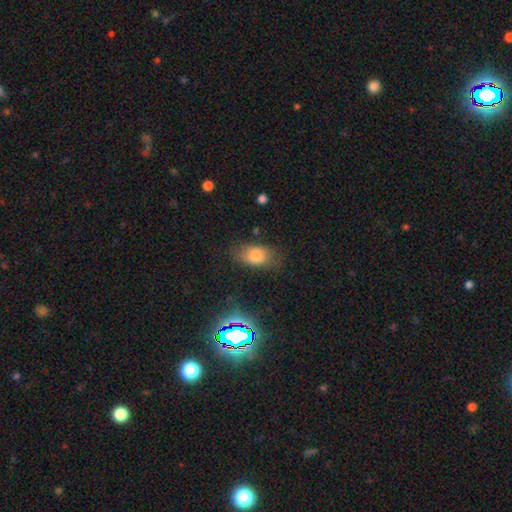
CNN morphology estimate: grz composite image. It shows a smooth galaxy with no disk features (75%) that is in between round and cigar-shaped (88%). Merging: none (73%).